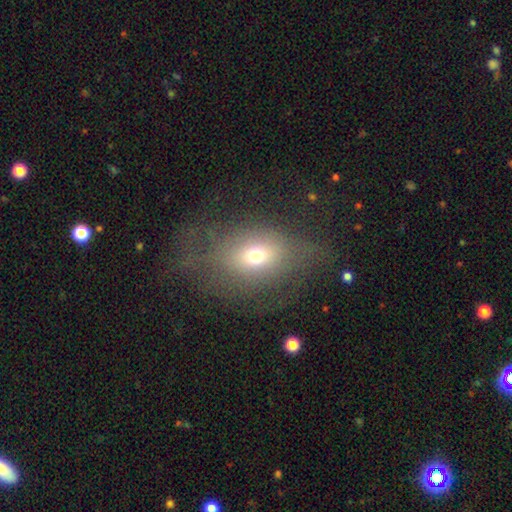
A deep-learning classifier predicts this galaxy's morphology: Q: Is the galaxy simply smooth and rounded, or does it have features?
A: smooth — 60%.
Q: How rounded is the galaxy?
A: in between — 56%.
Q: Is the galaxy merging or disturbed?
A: none — 52%.